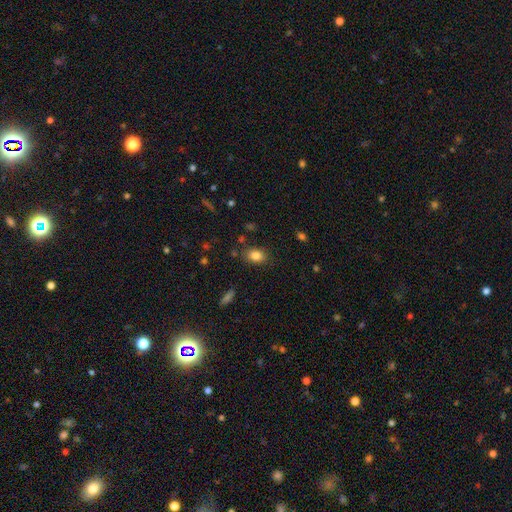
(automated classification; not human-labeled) This appears to be a smooth galaxy with no disk features (83%) that is in between round and cigar-shaped (80%). Merging: none (82%).